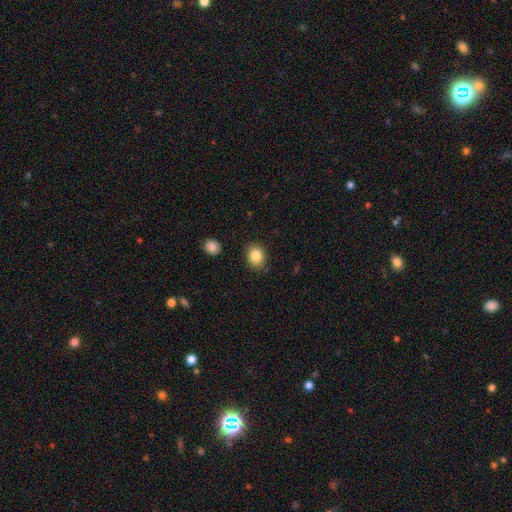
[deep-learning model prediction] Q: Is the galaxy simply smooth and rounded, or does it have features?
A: smooth — 85%.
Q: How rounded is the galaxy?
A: round — 50%.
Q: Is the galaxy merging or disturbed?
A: none — 87%.